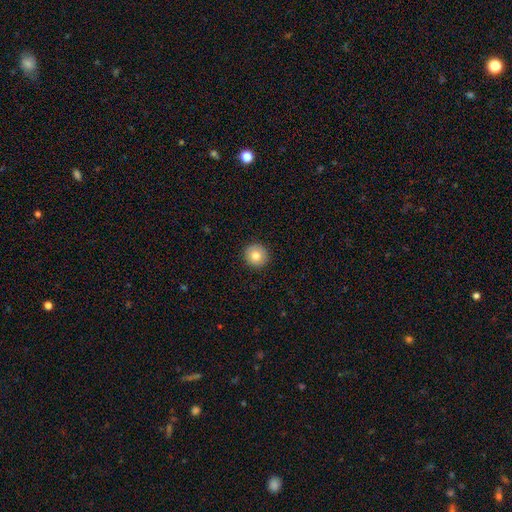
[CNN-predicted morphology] Smooth or featured? smooth (80%)
How rounded? round (95%)
Merging? none (92%)